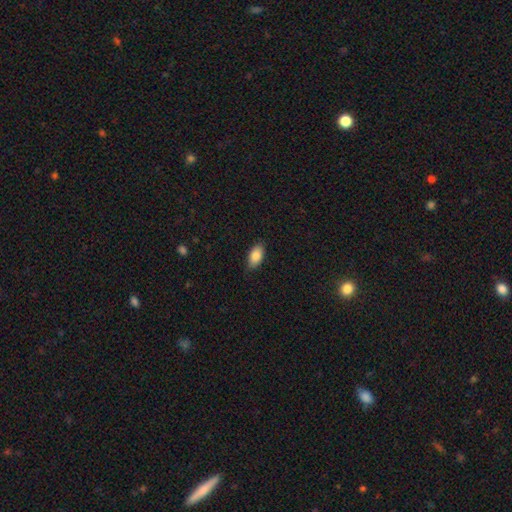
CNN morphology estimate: A smooth galaxy with no disk features (86%) that is in between round and cigar-shaped (92%).

Vote fractions:
- Smooth or featured? smooth: 86% / featured or disk: 7% / star or artifact: 7%
- How rounded? in between: 92% / cigar-shaped: 5% / round: 3%
- Merging? none: 86% / minor disturbance: 11% / major disturbance: 2% / merger: 1%